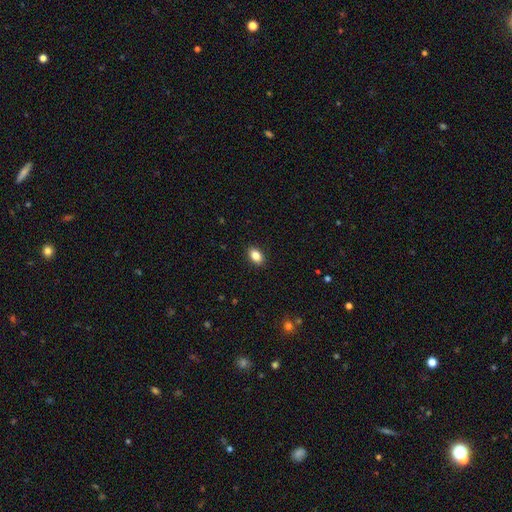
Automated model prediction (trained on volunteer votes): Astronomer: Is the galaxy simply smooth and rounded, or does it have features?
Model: smooth — 86%.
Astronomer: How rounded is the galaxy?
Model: in between — 85%.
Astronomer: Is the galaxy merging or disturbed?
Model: none — 90%.